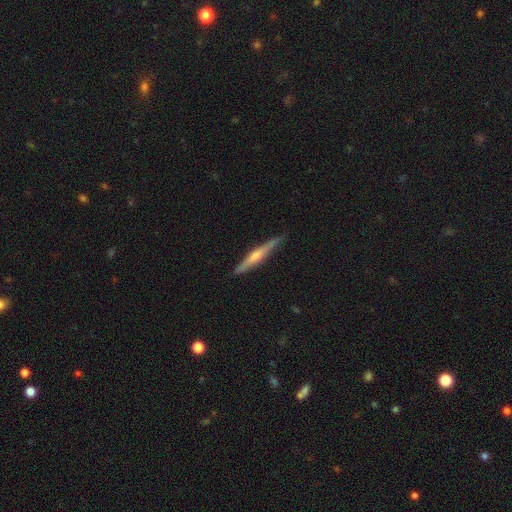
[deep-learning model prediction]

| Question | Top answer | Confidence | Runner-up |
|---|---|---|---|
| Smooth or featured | featured or disk | 73% | smooth (21%) |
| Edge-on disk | yes | 97% | no (3%) |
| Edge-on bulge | rounded | 81% | none (10%) |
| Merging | none | 89% | minor disturbance (8%) |